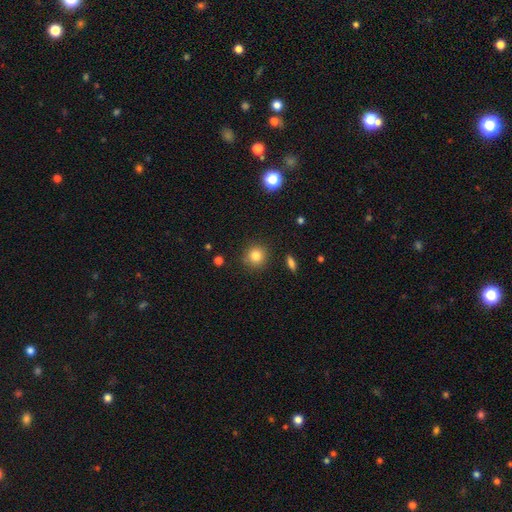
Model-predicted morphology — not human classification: This is clearly a smooth galaxy (83%). How rounded: clearly round (90%). Merging: clearly none (87%).